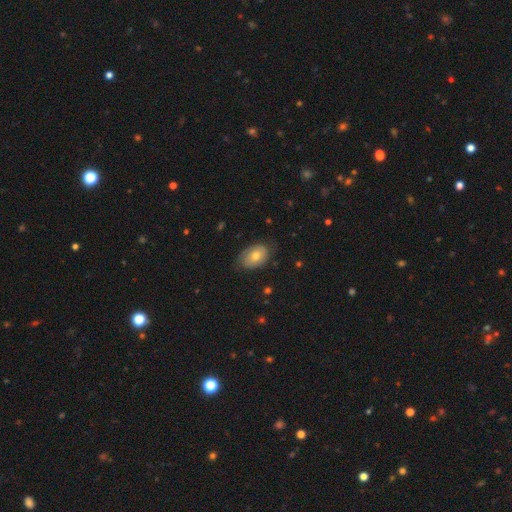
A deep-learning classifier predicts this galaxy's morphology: The model was most divided on "smooth or featured": smooth: 60%, featured or disk: 32%, star or artifact: 9%. More confident: how rounded — in between (84%); merging — none (71%).